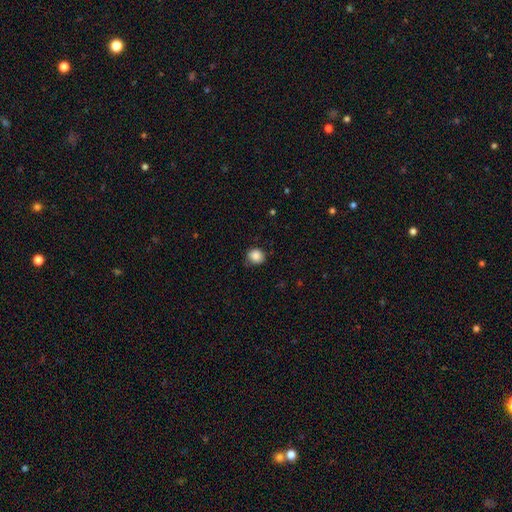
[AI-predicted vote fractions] A smooth galaxy with no disk features (87%) that is round (76%).

Vote fractions:
- Smooth or featured? smooth: 87% / star or artifact: 9% / featured or disk: 4%
- How rounded? round: 76% / in between: 23% / cigar-shaped: 1%
- Merging? none: 78% / minor disturbance: 17% / major disturbance: 3% / merger: 1%